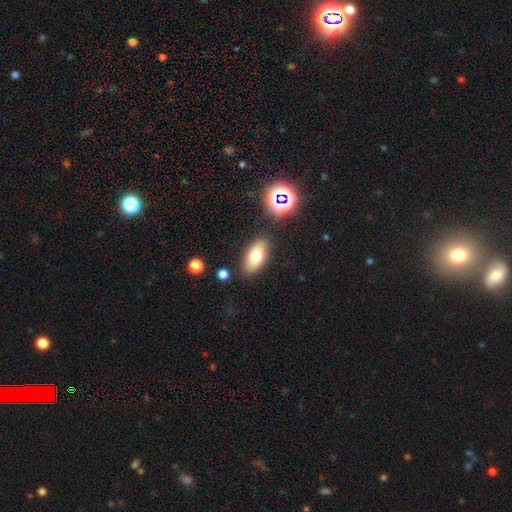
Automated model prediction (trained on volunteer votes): smooth-or-featured: smooth: 73% | featured or disk: 17% | star or artifact: 10%
  how-rounded: in between: 89% | cigar-shaped: 6% | round: 5%
  merging: none: 83% | minor disturbance: 11% | merger: 4% | major disturbance: 3%